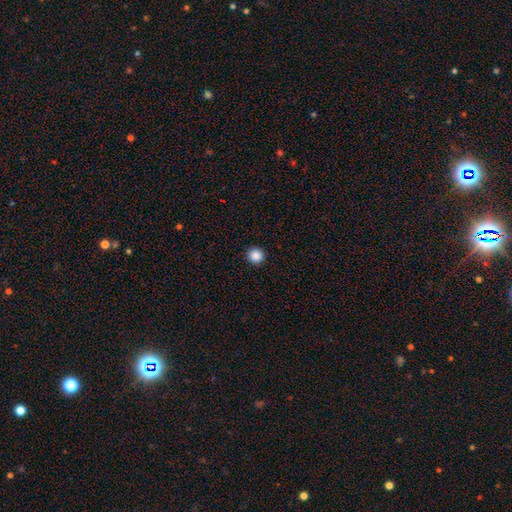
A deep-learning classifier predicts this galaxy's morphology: smooth 88%, star or artifact 10%, featured or disk 3%. Down the decision tree: how rounded — round (94%); merging — none (93%).